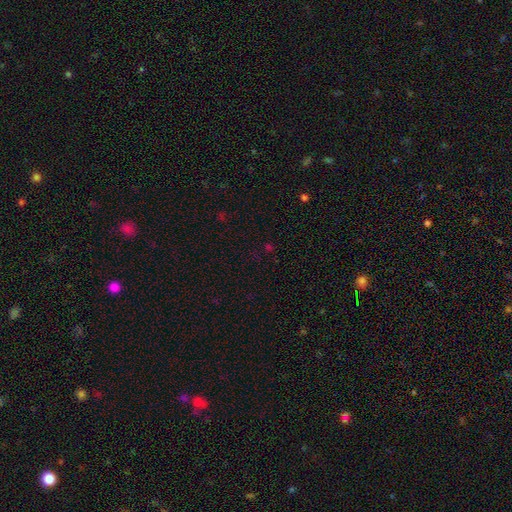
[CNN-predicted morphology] smooth_or_featured: star or artifact (p=0.62) [alt: smooth p=0.31]